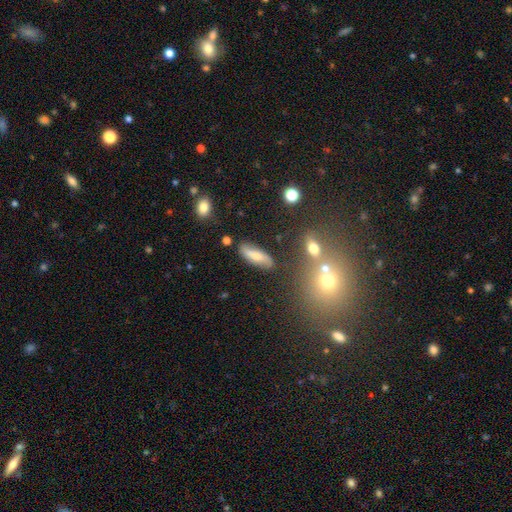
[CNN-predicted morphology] smooth 55%, featured or disk 36%, star or artifact 8%. Down the decision tree: how rounded — in between (56%); merging — none (78%).